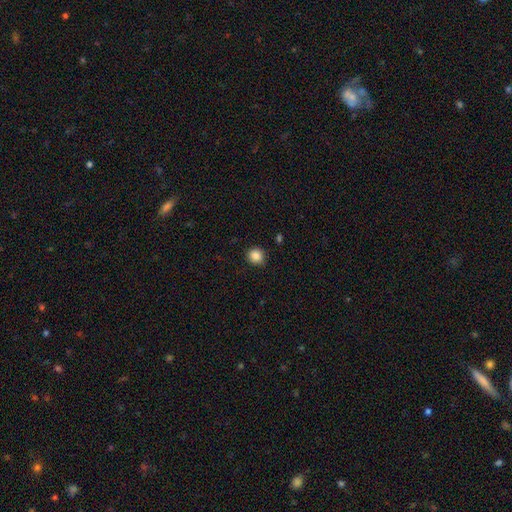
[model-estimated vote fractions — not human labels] smooth-or-featured: smooth: 86% | star or artifact: 10% | featured or disk: 4%
  how-rounded: round: 89% | in between: 10% | cigar-shaped: 1%
  merging: none: 88% | minor disturbance: 9% | major disturbance: 2% | merger: 1%